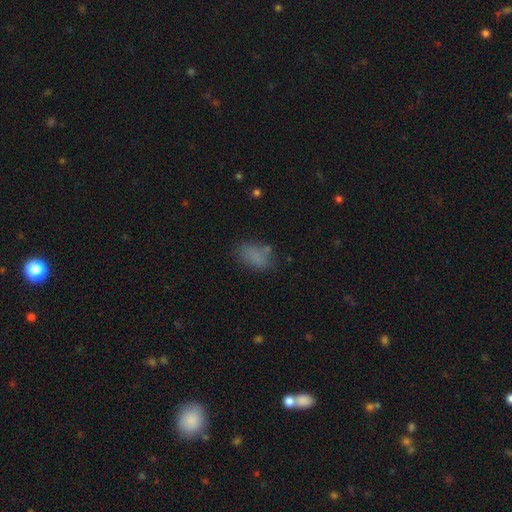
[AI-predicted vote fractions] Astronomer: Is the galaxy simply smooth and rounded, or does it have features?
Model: smooth — 79%.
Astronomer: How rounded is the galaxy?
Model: in between — 88%.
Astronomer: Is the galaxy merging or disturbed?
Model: none — 67%.